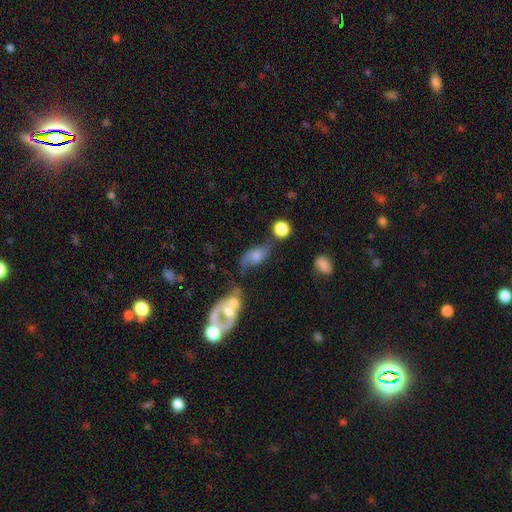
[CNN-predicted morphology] Smooth or featured: smooth — 48% (featured or disk — 41%)
Merging: none — 39% (minor disturbance — 24%)